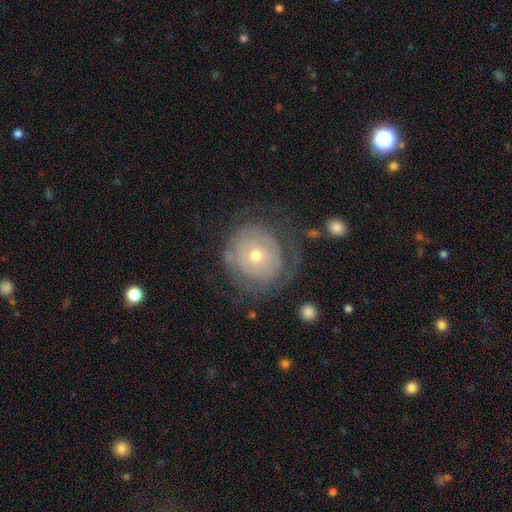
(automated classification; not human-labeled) Morphology: type=featured or disk (59%); edge-on=no (97%); bar=no (86%); spiral arms=yes (63%); bulge=small (51%); merging=none (60%).